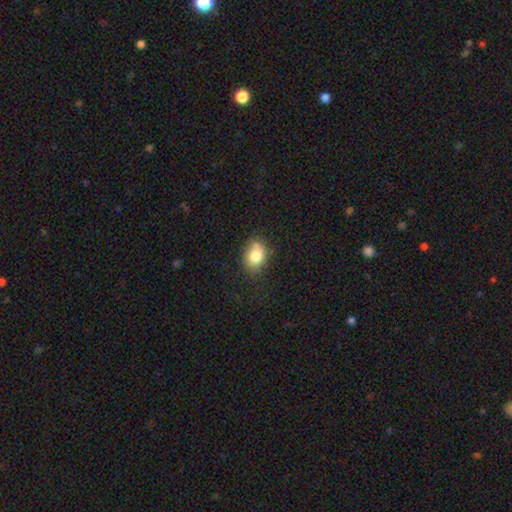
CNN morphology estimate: Q: Smooth or featured?
A: smooth (80%); runner-up: featured or disk (11%)
Q: How rounded?
A: in between (67%); runner-up: round (32%)
Q: Merging?
A: none (66%); runner-up: minor disturbance (22%)